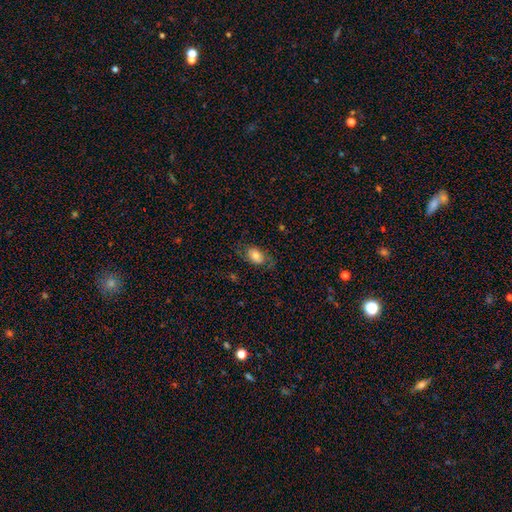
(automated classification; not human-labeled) smooth-or-featured: smooth: 65% | featured or disk: 27% | star or artifact: 8%
  how-rounded: in between: 83% | round: 15% | cigar-shaped: 2%
  merging: none: 65% | minor disturbance: 21% | major disturbance: 13% | merger: 1%